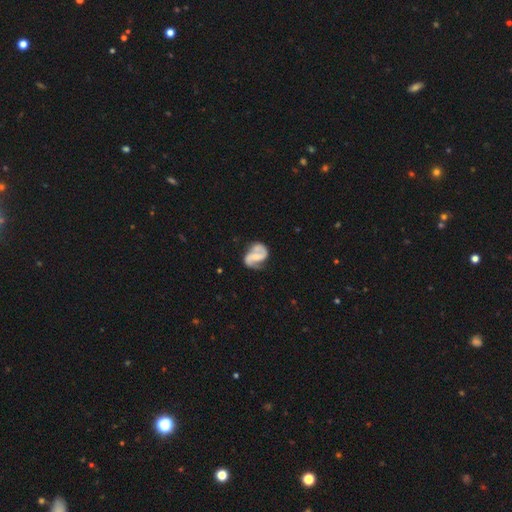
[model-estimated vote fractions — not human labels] Overall: featured or disk (84%). Edge-on disk: no (98%). Bar: weak (42%; no 35%). Spiral arms: yes (95%). Spiral arm count: 2 (89%). Spiral winding: medium (49%; loose 32%). Bulge size: none (38%; small 32%). Merging: none (63%).